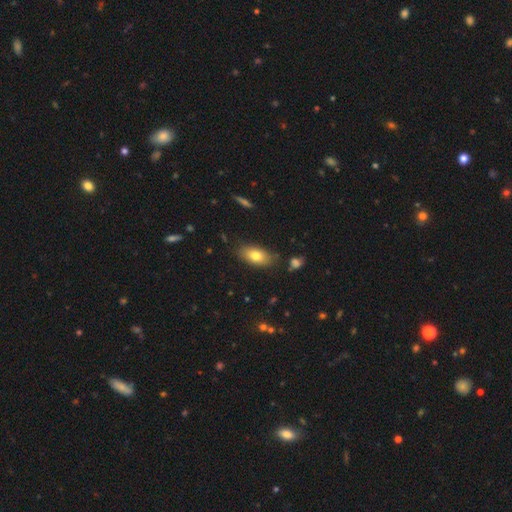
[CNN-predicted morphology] The model was most divided on "smooth or featured": smooth: 76%, featured or disk: 16%, star or artifact: 8%. More confident: how rounded — in between (88%); merging — none (82%).